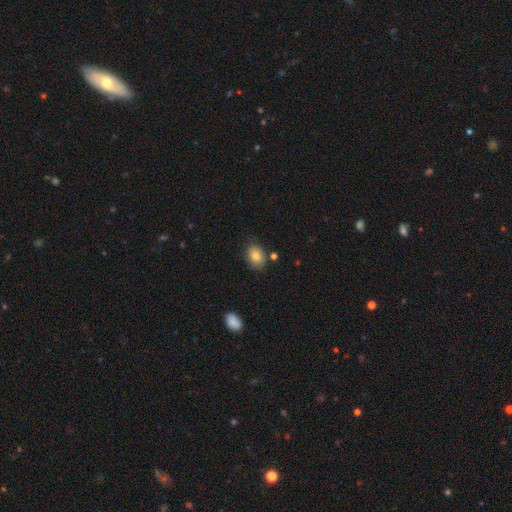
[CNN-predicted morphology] This appears to be a smooth galaxy with no disk features (83%) that is in between round and cigar-shaped (66%). Merging: none (79%).